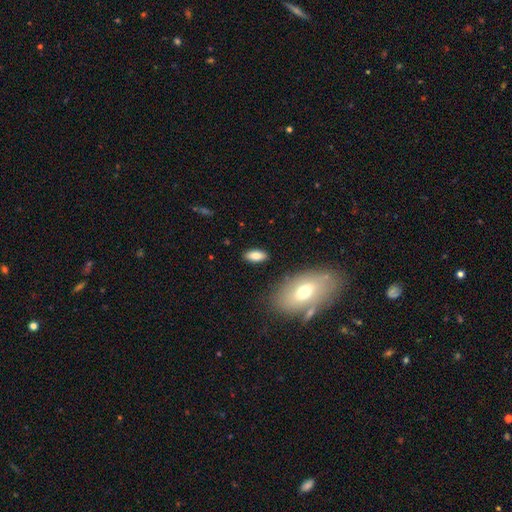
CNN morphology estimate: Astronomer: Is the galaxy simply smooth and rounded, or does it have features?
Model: smooth — 79%.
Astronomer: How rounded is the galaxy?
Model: in between — 84%.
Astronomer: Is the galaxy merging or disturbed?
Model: none — 86%.